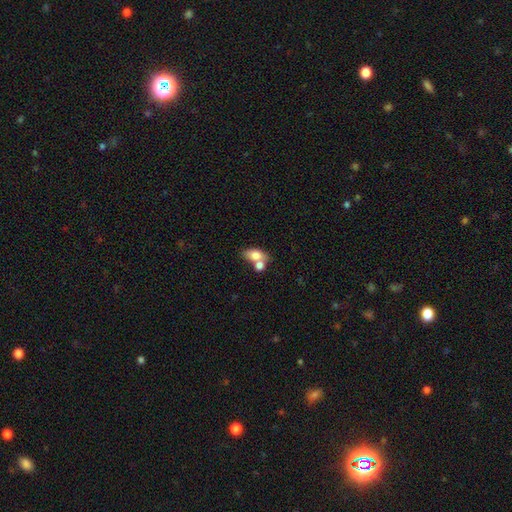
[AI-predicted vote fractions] Smooth or featured?
  - smooth: 74% *
  - featured or disk: 18%
  - star or artifact: 8%
How rounded?
  - in between: 82% *
  - round: 13%
  - cigar-shaped: 4%
Merging?
  - merger: 48% *
  - none: 37%
  - minor disturbance: 11%
  - major disturbance: 5%